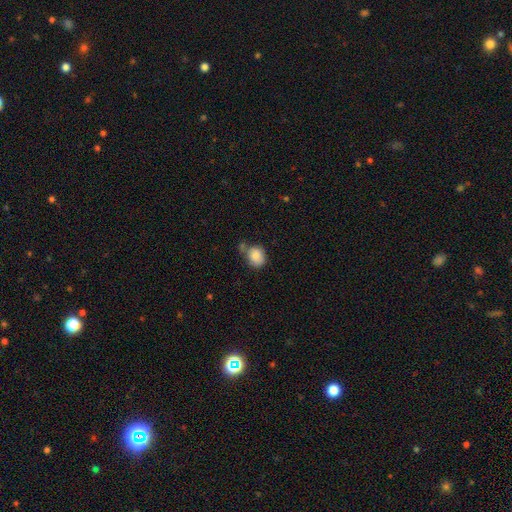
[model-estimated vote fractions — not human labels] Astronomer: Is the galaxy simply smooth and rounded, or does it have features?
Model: smooth — 86%.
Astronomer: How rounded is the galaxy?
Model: round — 59% (runner-up: in between, 40%).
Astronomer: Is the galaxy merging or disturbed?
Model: none — 53%.